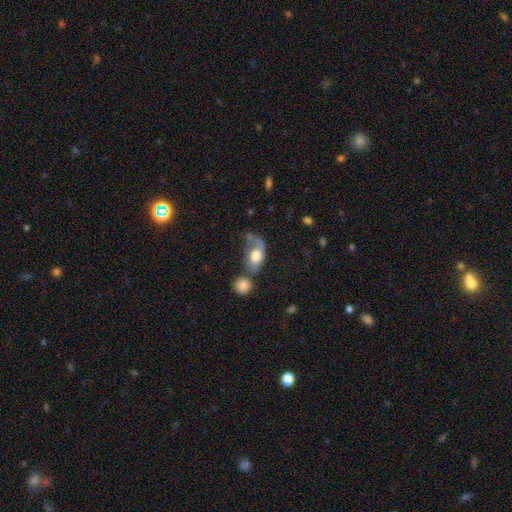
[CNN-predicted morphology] Smooth or featured? Predicted: smooth (p=0.61). How rounded? Predicted: in between (p=0.86). Merging? Predicted: none (p=0.27).